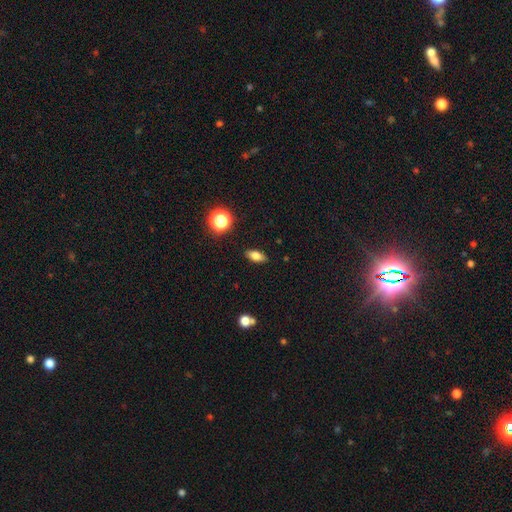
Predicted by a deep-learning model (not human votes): The model was most divided on "smooth or featured": smooth: 79%, star or artifact: 11%, featured or disk: 11%. More confident: merging — none (88%); how rounded — in between (81%).